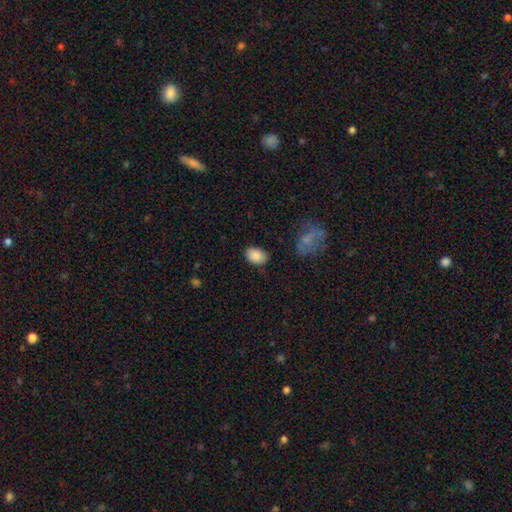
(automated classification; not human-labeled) Q: Smooth or featured?
A: smooth (88%); runner-up: star or artifact (8%)
Q: How rounded?
A: in between (84%); runner-up: round (15%)
Q: Merging?
A: none (80%); runner-up: minor disturbance (14%)